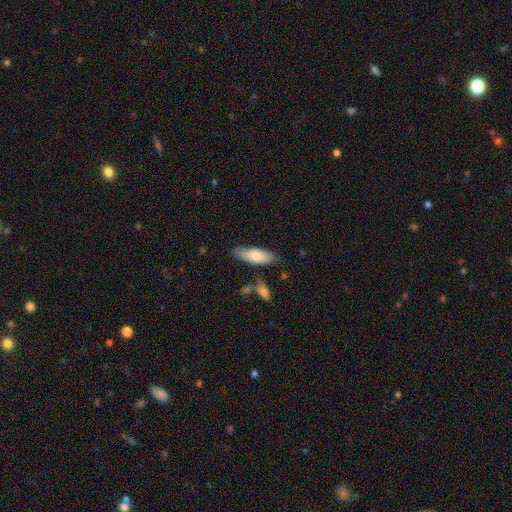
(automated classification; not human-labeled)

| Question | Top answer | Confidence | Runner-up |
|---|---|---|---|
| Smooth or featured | smooth | 79% | featured or disk (15%) |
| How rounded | in between | 64% | cigar-shaped (34%) |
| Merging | none | 68% | minor disturbance (22%) |